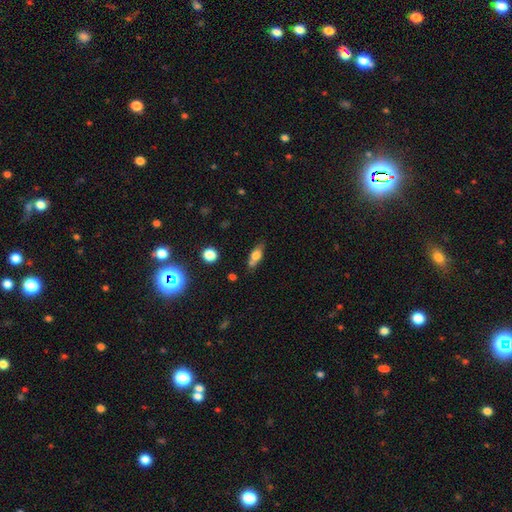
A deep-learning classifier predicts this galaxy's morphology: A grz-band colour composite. It shows a smooth galaxy with no disk features (68%) that is in between round and cigar-shaped (69%). Merging: none (59%).